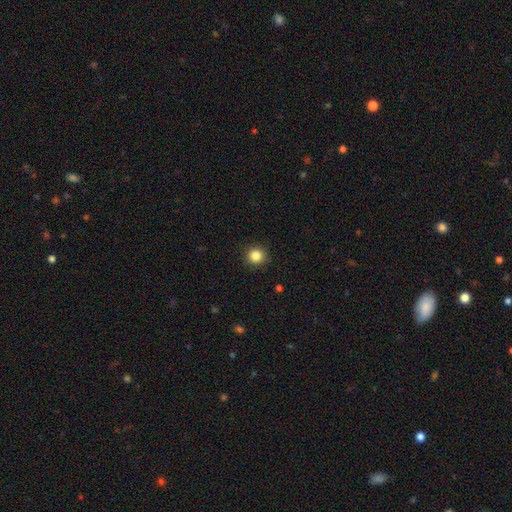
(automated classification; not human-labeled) Smooth or featured: smooth — 85% (star or artifact — 11%)
How rounded: round — 93% (in between — 6%)
Merging: none — 92% (minor disturbance — 5%)